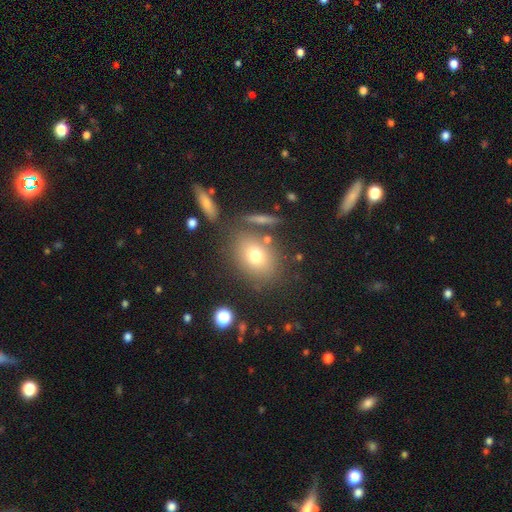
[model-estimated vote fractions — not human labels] Overall: smooth (71%). How rounded: in between (53%; round 46%). Merging: none (73%).